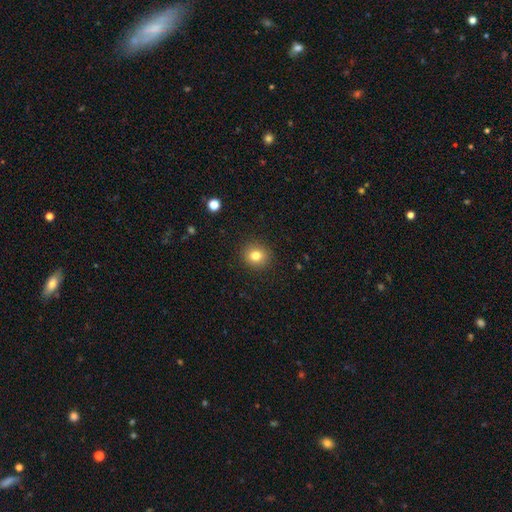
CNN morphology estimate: This is clearly a smooth galaxy (81%). How rounded: clearly round (84%). Merging: clearly none (91%).